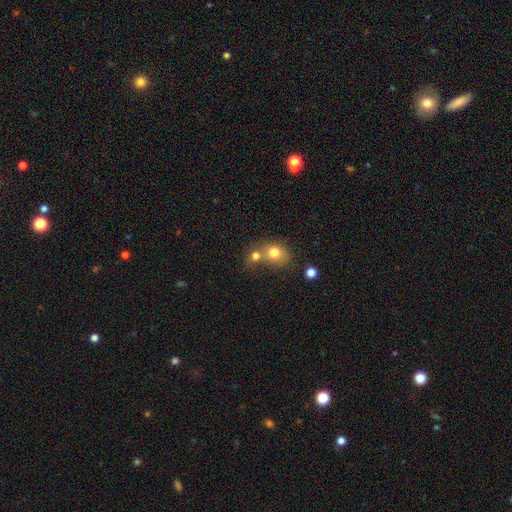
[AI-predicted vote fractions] This is likely a smooth galaxy (75%). How rounded: likely round (68%). Merging: possibly merger (53%).